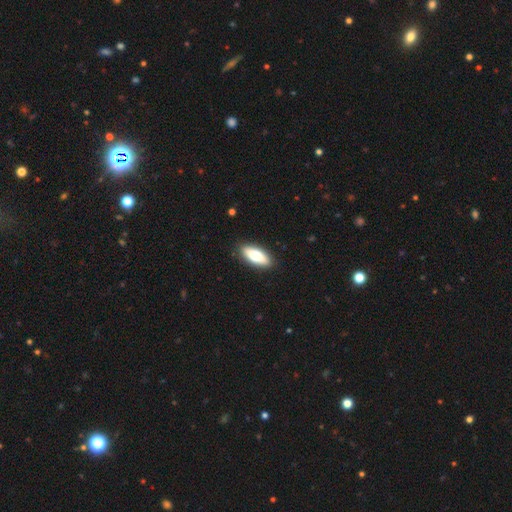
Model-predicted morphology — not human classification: smooth 73%, featured or disk 21%, star or artifact 6%. Down the decision tree: how rounded — in between (81%); merging — none (89%).